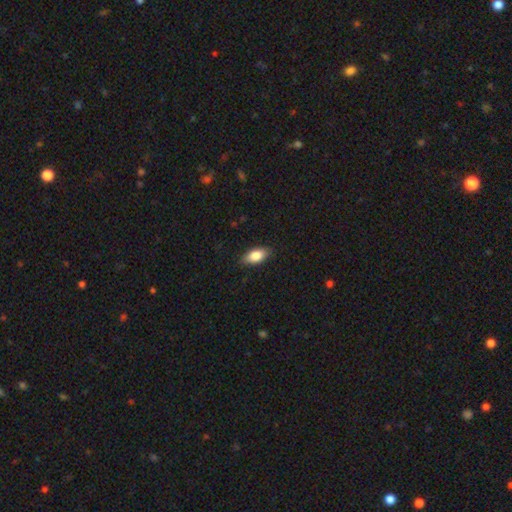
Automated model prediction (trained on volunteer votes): Smooth or featured?
  - smooth: 83% *
  - featured or disk: 11%
  - star or artifact: 7%
How rounded?
  - in between: 88% *
  - cigar-shaped: 8%
  - round: 4%
Merging?
  - none: 85% *
  - minor disturbance: 12%
  - major disturbance: 2%
  - merger: 1%